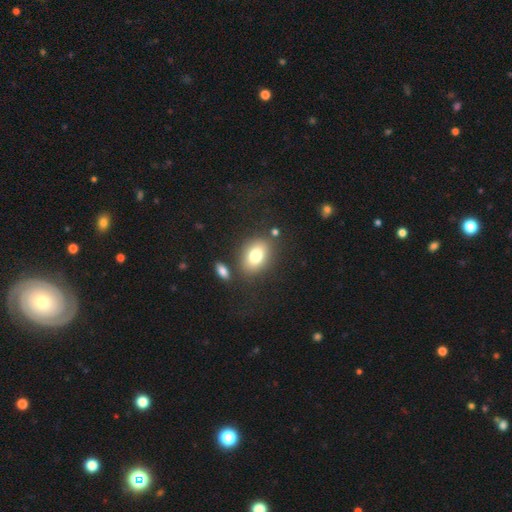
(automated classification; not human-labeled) A smooth galaxy with no disk features (78%) that is in between round and cigar-shaped (74%). Merging: none (76%).